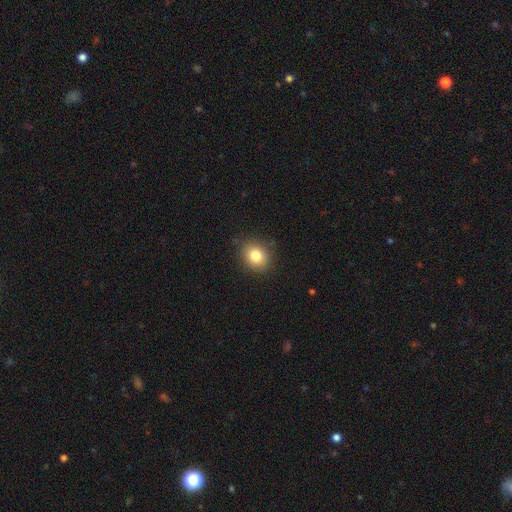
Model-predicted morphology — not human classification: smooth 82%, star or artifact 11%, featured or disk 8%. Down the decision tree: how rounded — round (66%); merging — none (87%).